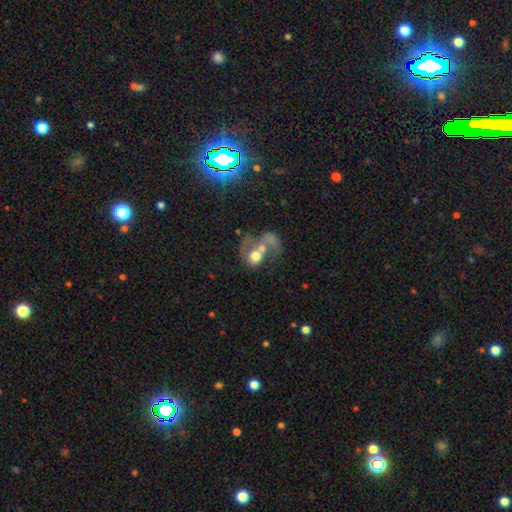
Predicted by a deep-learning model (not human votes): A smooth galaxy with no disk features (45%, tied with featured or disk). Merging: merger (63%).